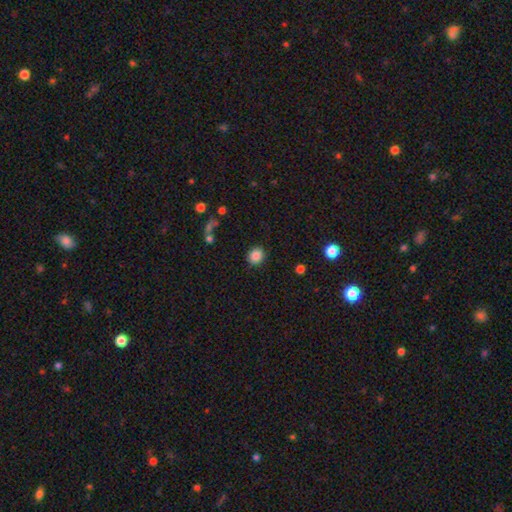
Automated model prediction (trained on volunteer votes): Smooth or featured: smooth — 86% (star or artifact — 9%)
How rounded: round — 82% (in between — 17%)
Merging: none — 89% (minor disturbance — 7%)